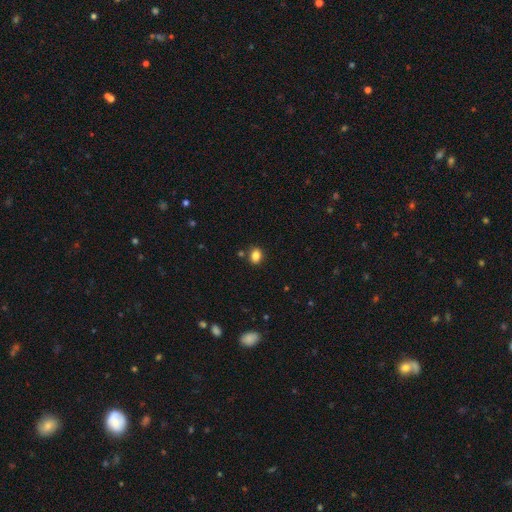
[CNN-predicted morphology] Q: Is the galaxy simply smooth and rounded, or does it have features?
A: smooth — 84%.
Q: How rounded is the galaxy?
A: in between — 53%.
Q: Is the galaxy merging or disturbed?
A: none — 83%.